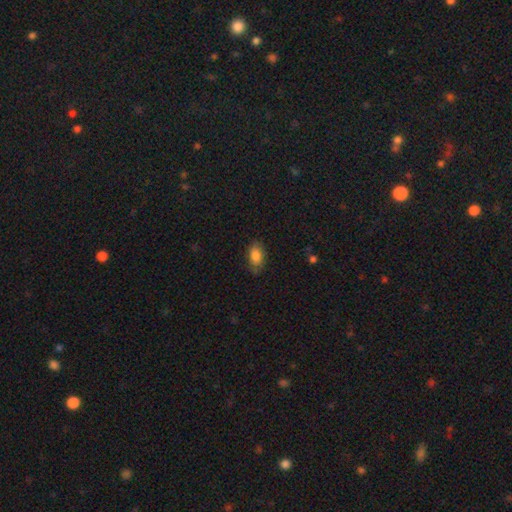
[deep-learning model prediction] Smooth or featured: smooth — 83% (featured or disk — 10%)
How rounded: in between — 90% (round — 6%)
Merging: none — 75% (minor disturbance — 19%)